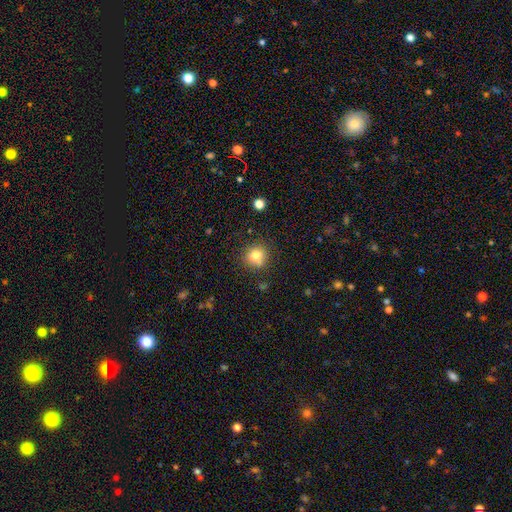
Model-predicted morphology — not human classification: smooth_or_featured: smooth (p=0.78) [alt: star or artifact p=0.12]
how_rounded: round (p=0.86) [alt: in between p=0.13]
merging: none (p=0.76) [alt: minor disturbance p=0.14]